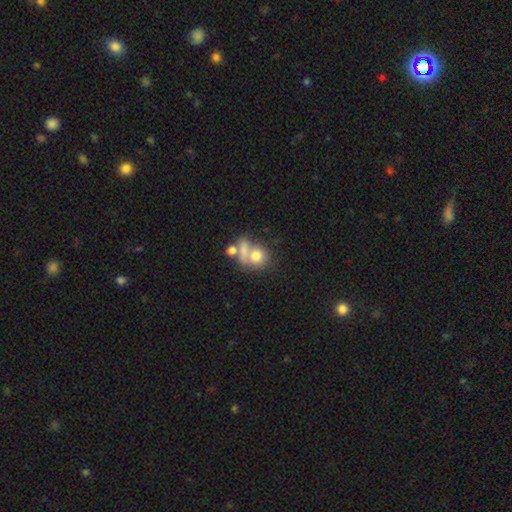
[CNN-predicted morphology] This appears to be a smooth galaxy with no disk features (72%) that is round (66%). Merging: merger (48%).